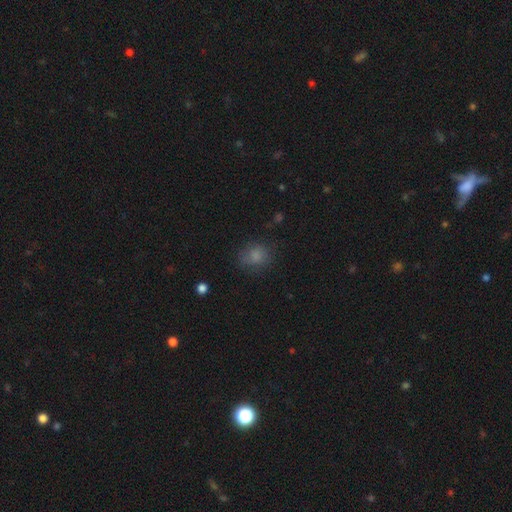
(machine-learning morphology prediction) type=smooth (79%); roundness=round (65%); merging=none (70%).